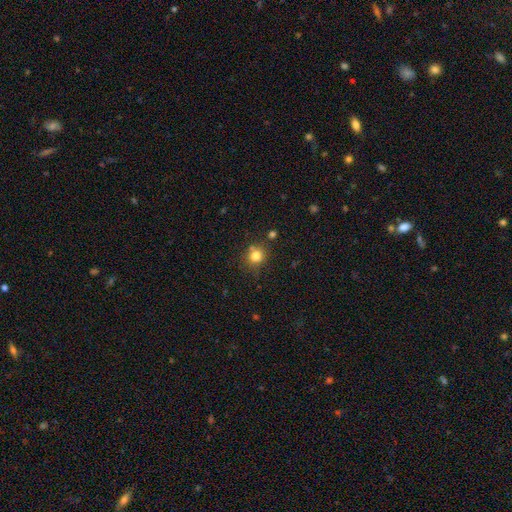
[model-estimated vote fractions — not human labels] A smooth galaxy with no disk features (80%) that is round (85%).

Vote fractions:
- Smooth or featured? smooth: 80% / star or artifact: 13% / featured or disk: 7%
- How rounded? round: 85% / in between: 14% / cigar-shaped: 1%
- Merging? none: 72% / minor disturbance: 14% / merger: 9% / major disturbance: 4%